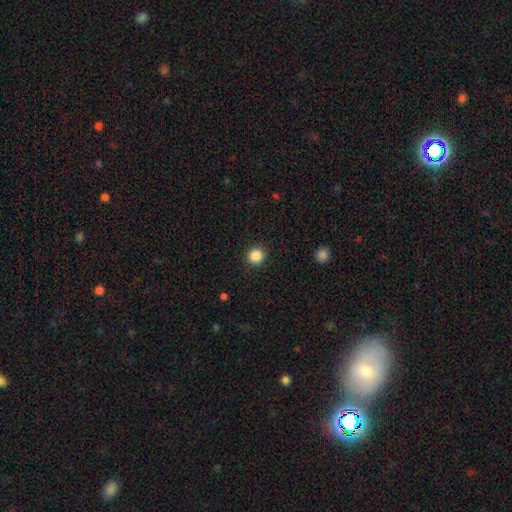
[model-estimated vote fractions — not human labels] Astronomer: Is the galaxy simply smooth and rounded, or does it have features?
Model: smooth — 86%.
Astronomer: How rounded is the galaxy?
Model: round — 91%.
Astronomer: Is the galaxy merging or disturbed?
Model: none — 92%.